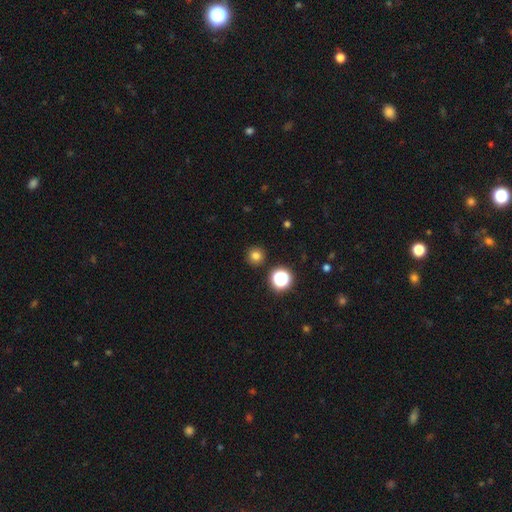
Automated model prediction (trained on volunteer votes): Q: Smooth or featured?
A: smooth (78%); runner-up: star or artifact (17%)
Q: How rounded?
A: round (95%); runner-up: in between (4%)
Q: Merging?
A: none (91%); runner-up: minor disturbance (5%)